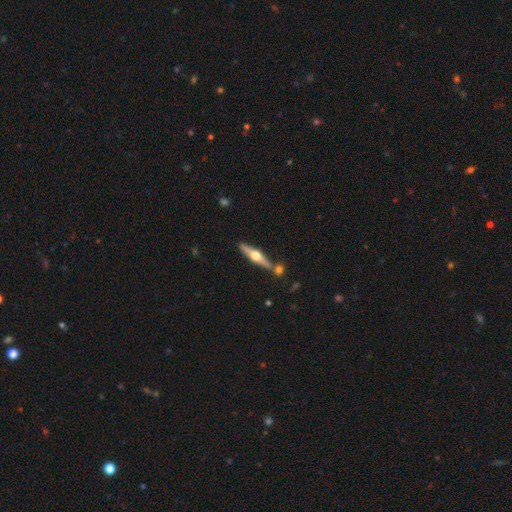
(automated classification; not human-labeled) A featured or disk galaxy (71%) viewed edge-on (97%) with a rounded central bulge (96%). Merging: none (79%).